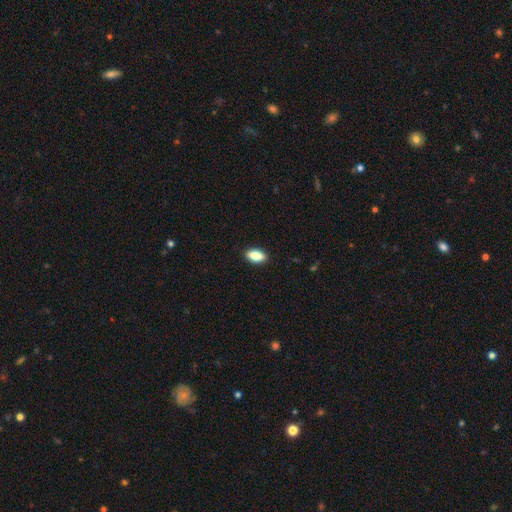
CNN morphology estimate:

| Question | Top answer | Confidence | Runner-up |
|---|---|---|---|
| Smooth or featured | smooth | 78% | featured or disk (15%) |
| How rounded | in between | 86% | cigar-shaped (10%) |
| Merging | none | 89% | minor disturbance (8%) |